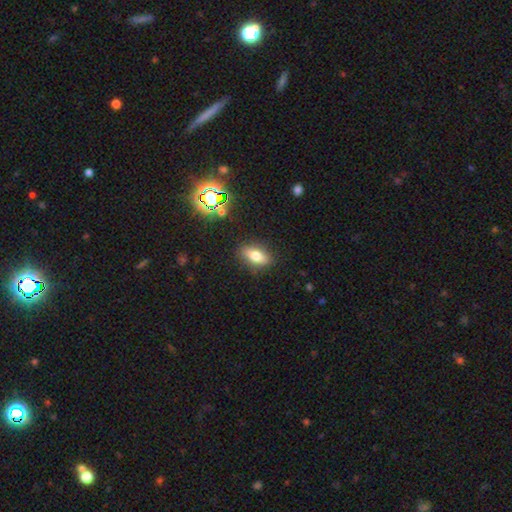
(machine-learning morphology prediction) Smooth or featured?
  - smooth: 70% *
  - featured or disk: 19%
  - star or artifact: 12%
How rounded?
  - in between: 79% *
  - cigar-shaped: 14%
  - round: 7%
Merging?
  - none: 87% *
  - minor disturbance: 9%
  - major disturbance: 2%
  - merger: 2%